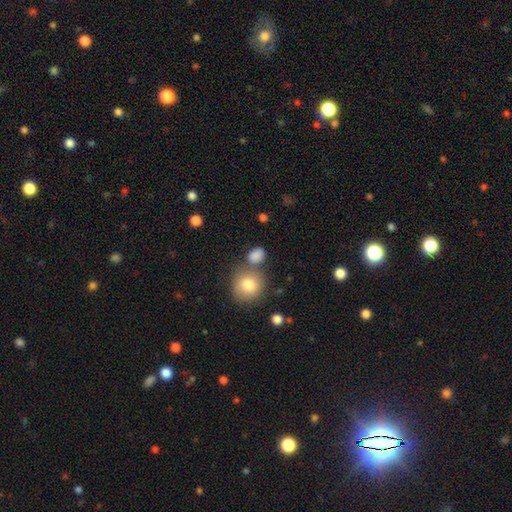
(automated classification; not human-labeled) Smooth or featured: smooth — 85% (star or artifact — 10%)
How rounded: round — 51% (in between — 48%)
Merging: none — 62% (merger — 20%)